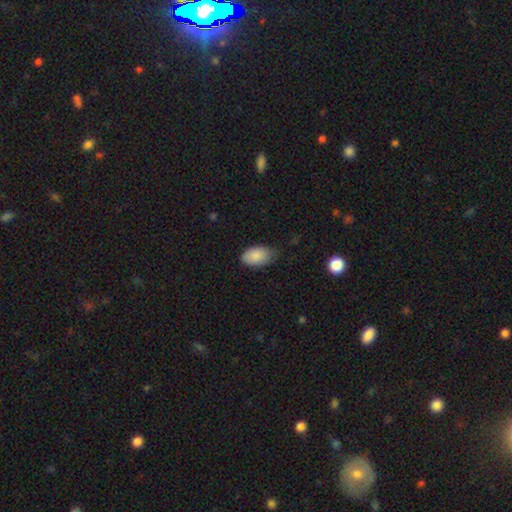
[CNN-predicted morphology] Q: Smooth or featured?
A: smooth (87%); runner-up: star or artifact (7%)
Q: How rounded?
A: in between (93%); runner-up: round (5%)
Q: Merging?
A: none (63%); runner-up: minor disturbance (31%)